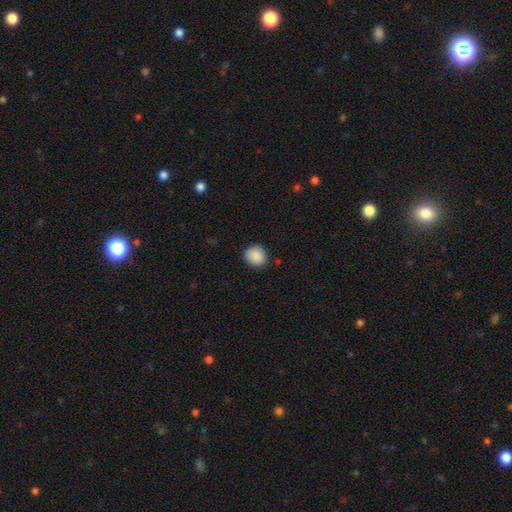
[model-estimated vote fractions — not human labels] Smooth or featured: smooth — 89% (star or artifact — 8%)
How rounded: round — 82% (in between — 17%)
Merging: none — 88% (minor disturbance — 9%)